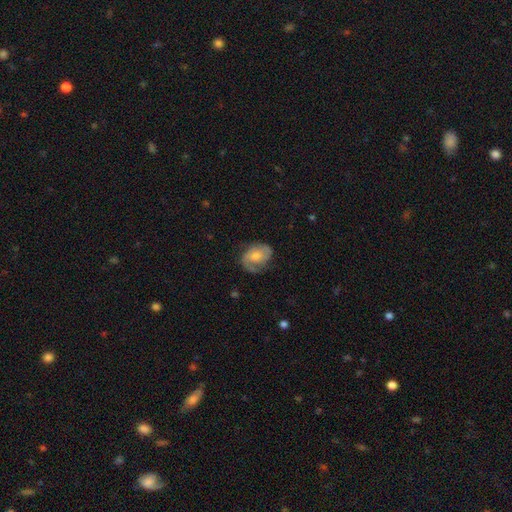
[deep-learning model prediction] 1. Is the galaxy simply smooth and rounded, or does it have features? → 77% featured or disk, 17% smooth, 7% star or artifact.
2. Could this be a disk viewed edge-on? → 97% no, 3% yes.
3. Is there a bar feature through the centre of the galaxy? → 66% no, 29% weak, 6% strong.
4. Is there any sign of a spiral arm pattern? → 94% yes, 6% no.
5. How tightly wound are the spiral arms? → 44% medium, 39% tight, 16% loose.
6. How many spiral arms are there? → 80% 2, 8% can't tell, 6% 1, 3% 3, 1% 4, 1% more than 4.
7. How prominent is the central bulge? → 56% moderate, 34% small, 5% large, 4% none, 1% dominant.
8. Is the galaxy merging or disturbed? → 74% none, 18% minor disturbance, 7% major disturbance, 1% merger.